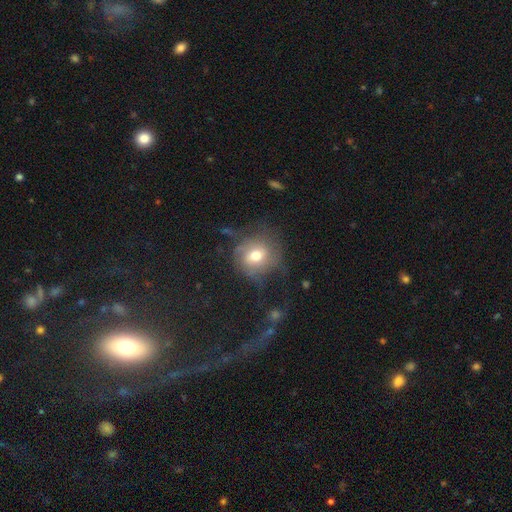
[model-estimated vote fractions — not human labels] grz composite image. It shows a smooth galaxy with no disk features (59%) that is round (80%). Merging: none (57%).